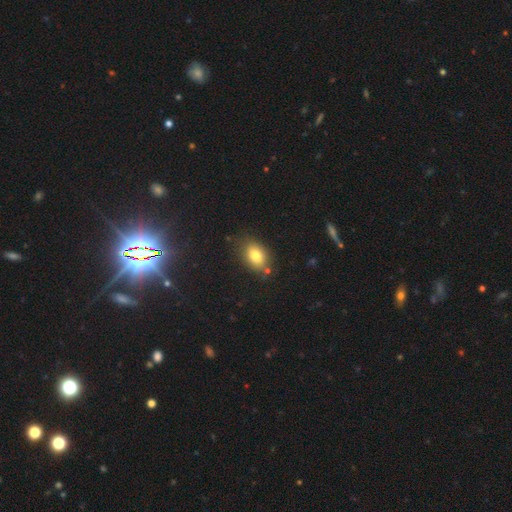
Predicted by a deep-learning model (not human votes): smooth-or-featured: smooth: 81% | featured or disk: 10% | star or artifact: 9%
  how-rounded: in between: 83% | round: 15% | cigar-shaped: 2%
  merging: none: 76% | minor disturbance: 15% | merger: 5% | major disturbance: 4%